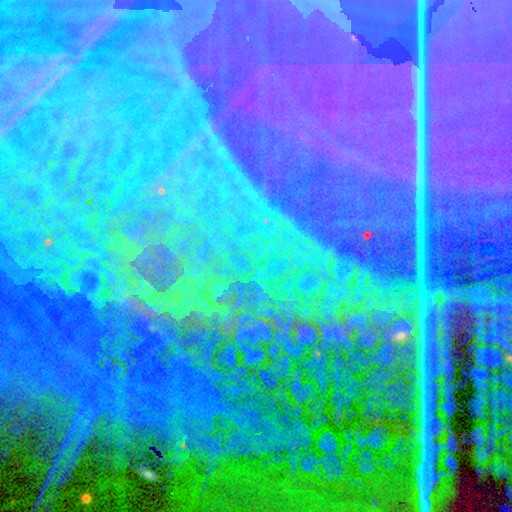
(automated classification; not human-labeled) smooth_or_featured: star or artifact (p=0.88) [alt: featured or disk p=0.07]